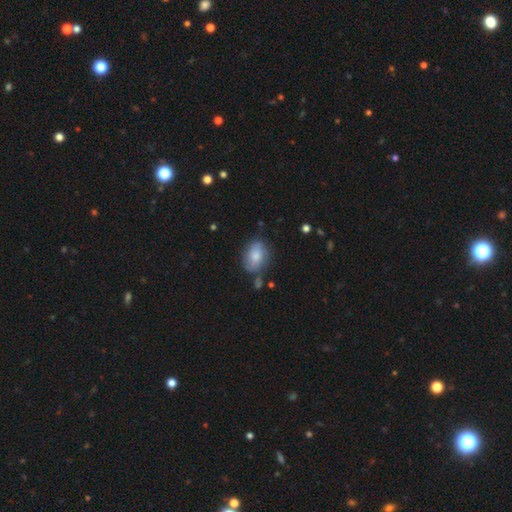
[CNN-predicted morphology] type=smooth (64%); roundness=in between (76%); merging=none (62%).